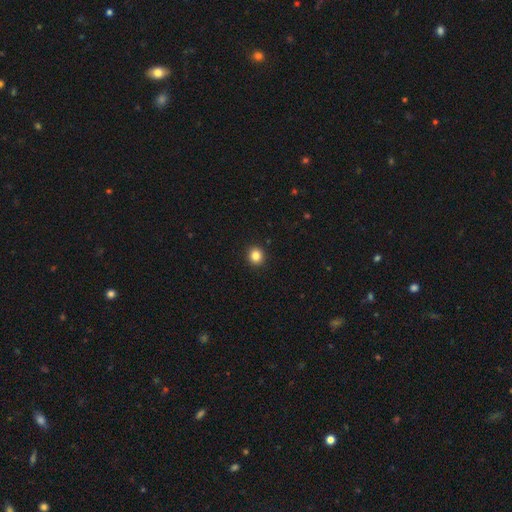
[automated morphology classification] Smooth or featured? smooth (85%)
How rounded? round (89%)
Merging? none (93%)